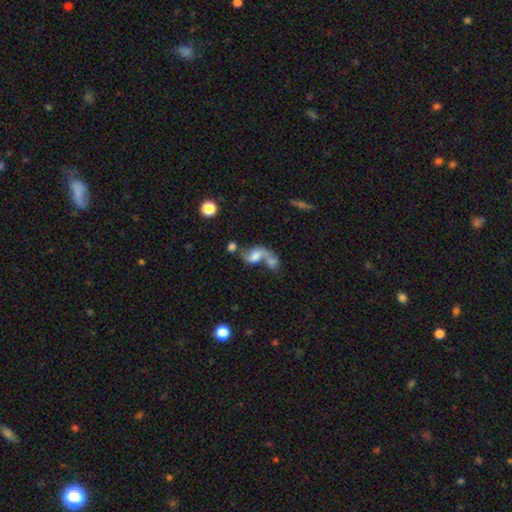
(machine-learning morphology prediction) This is possibly a featured or disk galaxy (51%). It is clearly not viewed edge-on (95%). Merging: likely merger (62%).